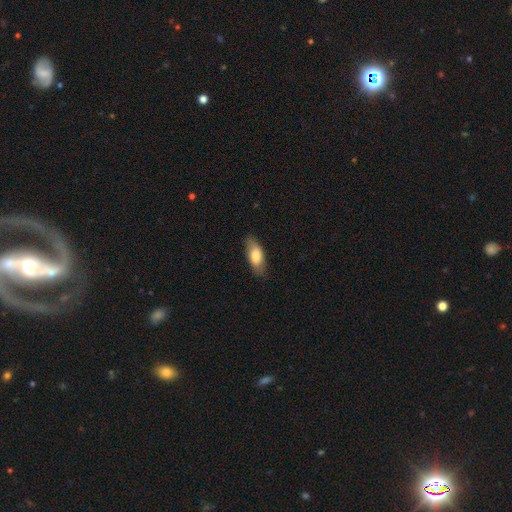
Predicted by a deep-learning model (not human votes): This appears to be a smooth galaxy with no disk features (74%) that is in between round and cigar-shaped (83%). Merging: none (77%).